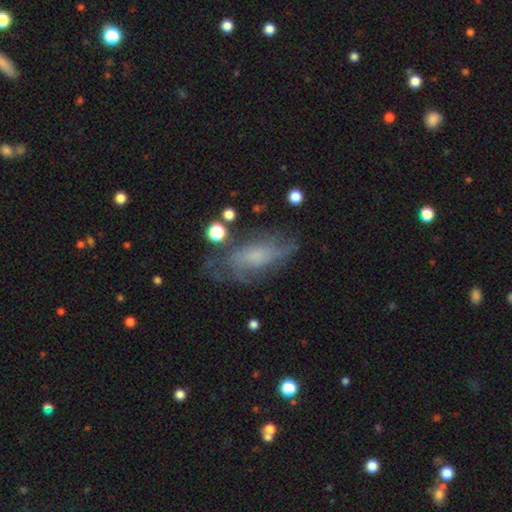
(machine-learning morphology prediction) This appears to be a featured or disk galaxy (56%). Merging: none (56%).